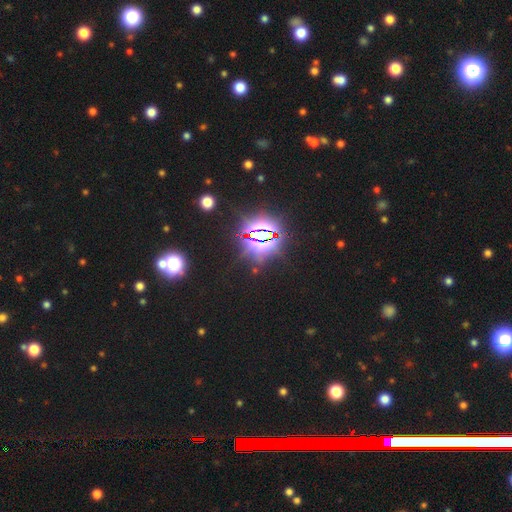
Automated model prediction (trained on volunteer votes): Smooth or featured?
  - star or artifact: 75% *
  - smooth: 18%
  - featured or disk: 8%